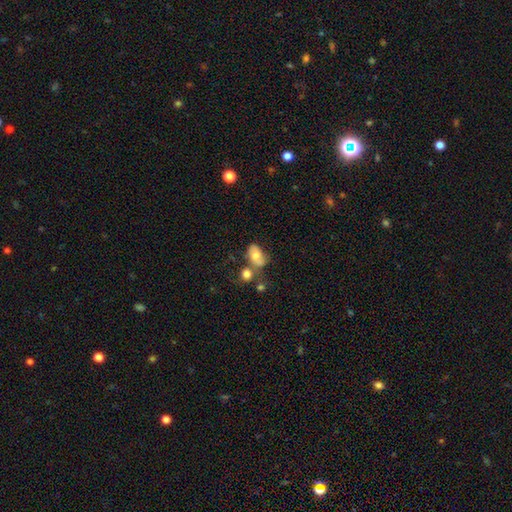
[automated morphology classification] Smooth or featured? smooth (62%)
How rounded? in between (80%)
Merging? none (38%)